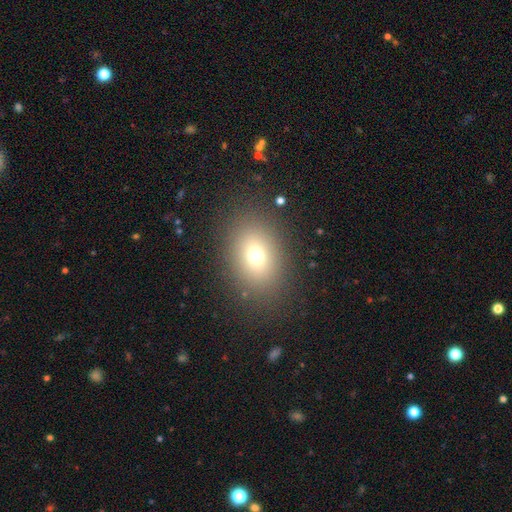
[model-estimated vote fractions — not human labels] smooth-or-featured: smooth: 70% | star or artifact: 17% | featured or disk: 13%
  how-rounded: in between: 65% | round: 34% | cigar-shaped: 1%
  merging: none: 85% | minor disturbance: 9% | major disturbance: 5% | merger: 1%